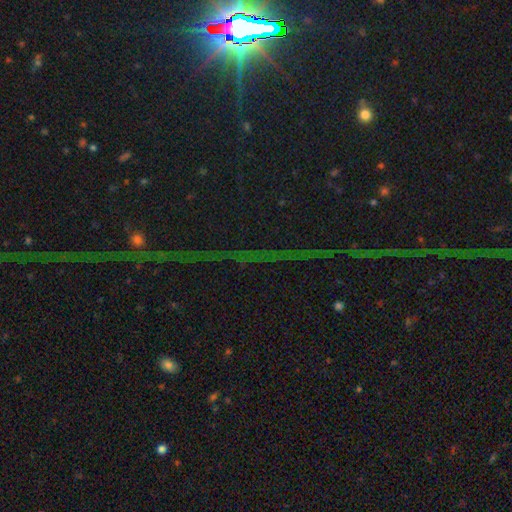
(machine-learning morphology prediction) Smooth or featured: star or artifact — 84% (featured or disk — 9%)